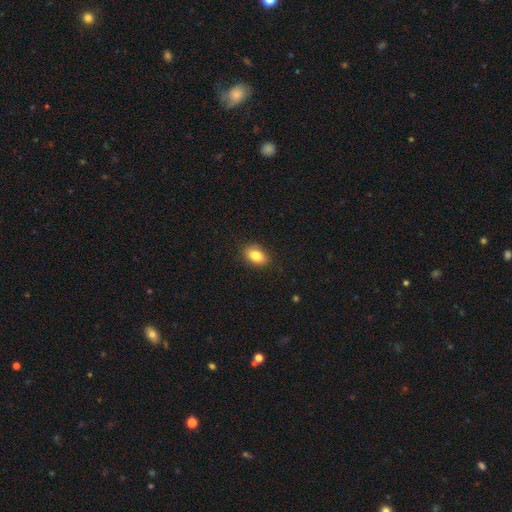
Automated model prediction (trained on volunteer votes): Smooth or featured? smooth (84%)
How rounded? in between (82%)
Merging? none (86%)